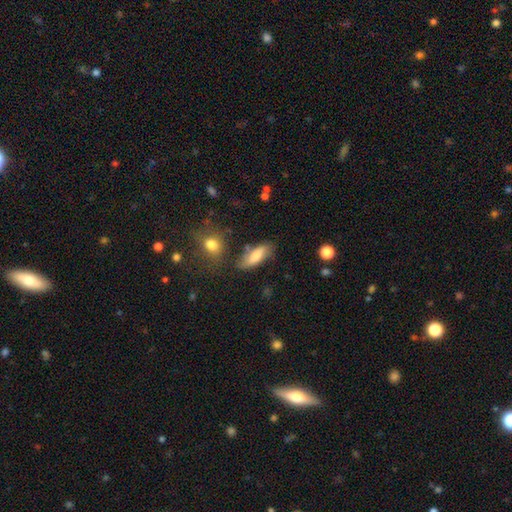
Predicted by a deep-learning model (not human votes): Q: Smooth or featured?
A: smooth (74%); runner-up: featured or disk (18%)
Q: How rounded?
A: in between (73%); runner-up: cigar-shaped (24%)
Q: Merging?
A: none (66%); runner-up: minor disturbance (21%)